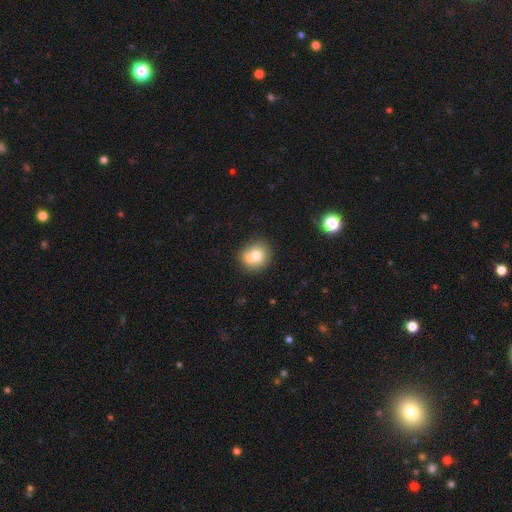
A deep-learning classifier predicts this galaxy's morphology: A smooth galaxy with no disk features (75%) that is round (82%).

Vote fractions:
- Smooth or featured? smooth: 75% / featured or disk: 15% / star or artifact: 10%
- How rounded? round: 82% / in between: 17% / cigar-shaped: 1%
- Merging? none: 66% / minor disturbance: 18% / merger: 11% / major disturbance: 5%